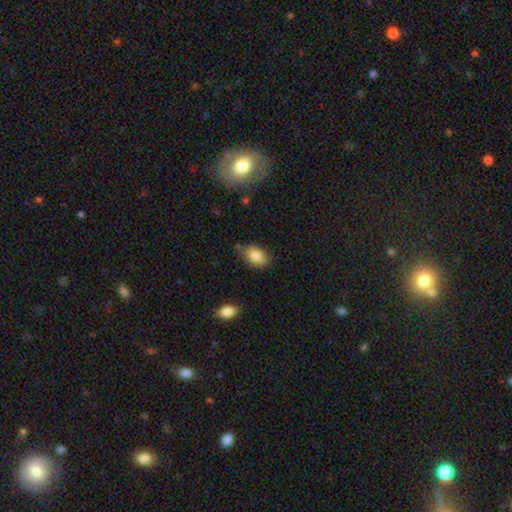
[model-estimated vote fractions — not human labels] This is clearly a smooth galaxy (84%). How rounded: clearly in between (86%). Merging: likely none (71%).